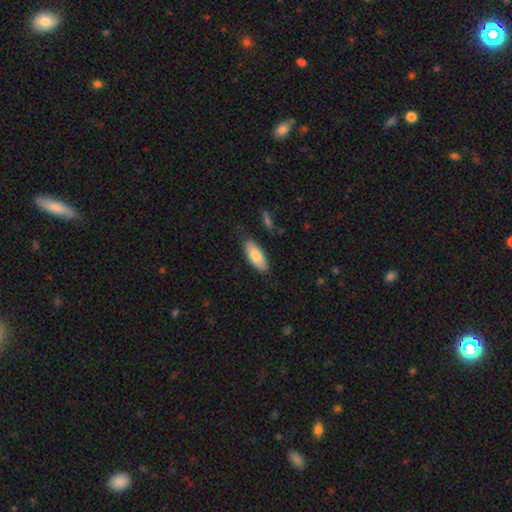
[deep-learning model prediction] smooth_or_featured: smooth (p=0.79) [alt: featured or disk p=0.15]
how_rounded: in between (p=0.80) [alt: cigar-shaped p=0.18]
merging: none (p=0.81) [alt: minor disturbance p=0.14]